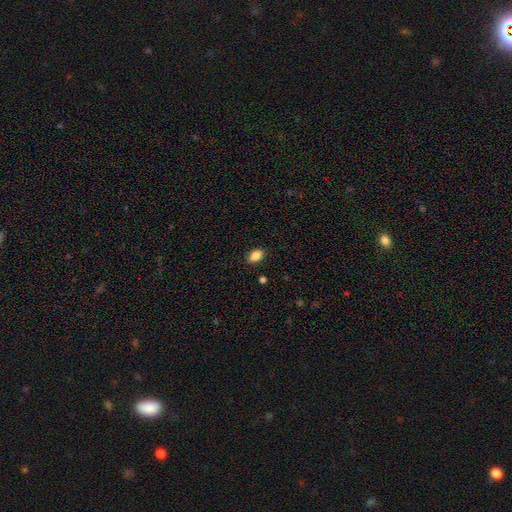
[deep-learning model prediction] Smooth or featured: smooth — 87% (star or artifact — 9%)
How rounded: in between — 87% (round — 12%)
Merging: none — 87% (minor disturbance — 9%)